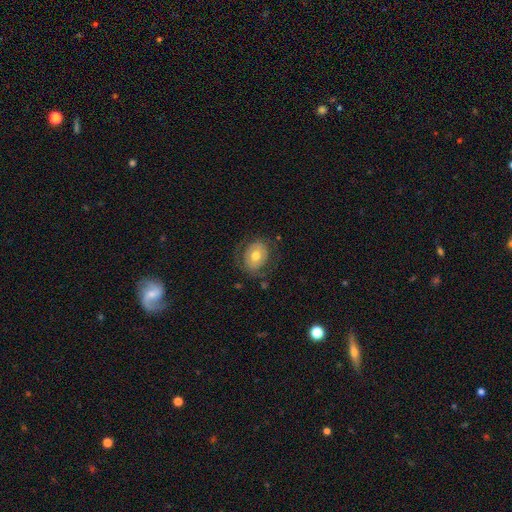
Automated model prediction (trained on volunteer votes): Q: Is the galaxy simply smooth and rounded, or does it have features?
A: smooth — 49%.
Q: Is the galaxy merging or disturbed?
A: none — 70%.